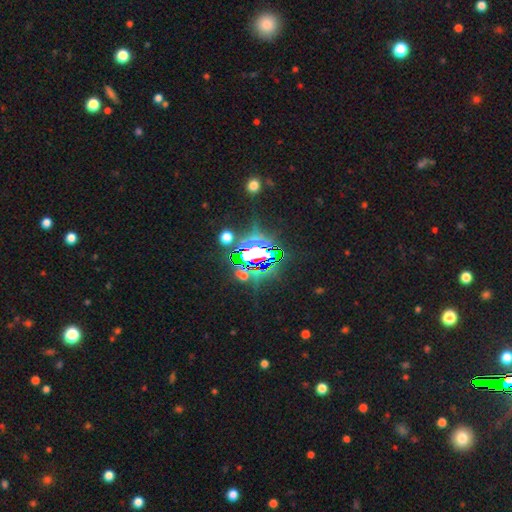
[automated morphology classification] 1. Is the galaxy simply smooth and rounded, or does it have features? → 77% star or artifact, 12% smooth, 11% featured or disk.